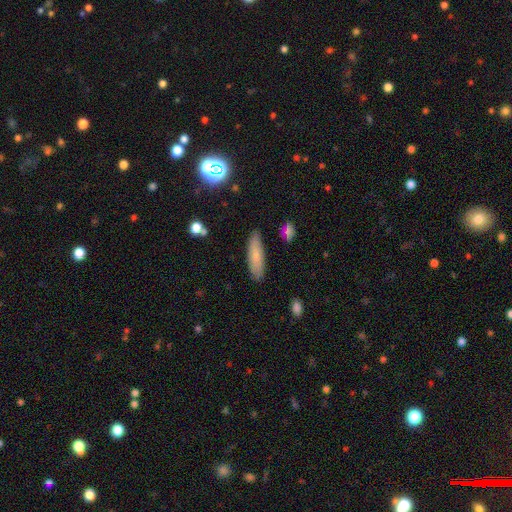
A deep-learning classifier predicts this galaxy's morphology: Smooth or featured? Predicted: smooth (p=0.76). How rounded? Predicted: cigar-shaped (p=0.60). Merging? Predicted: none (p=0.85).